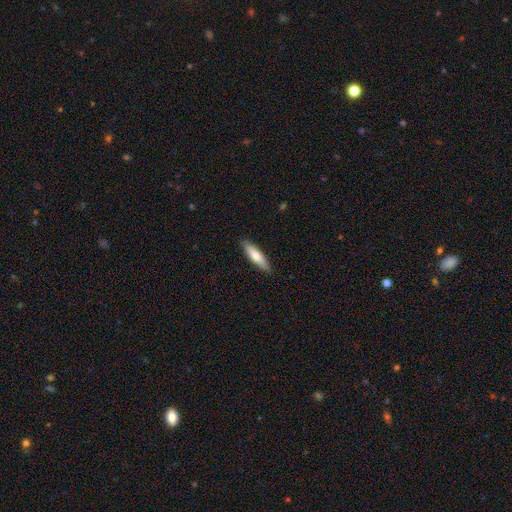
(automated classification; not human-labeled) Q: Smooth or featured?
A: smooth (71%); runner-up: featured or disk (24%)
Q: How rounded?
A: cigar-shaped (72%); runner-up: in between (26%)
Q: Merging?
A: none (89%); runner-up: minor disturbance (8%)